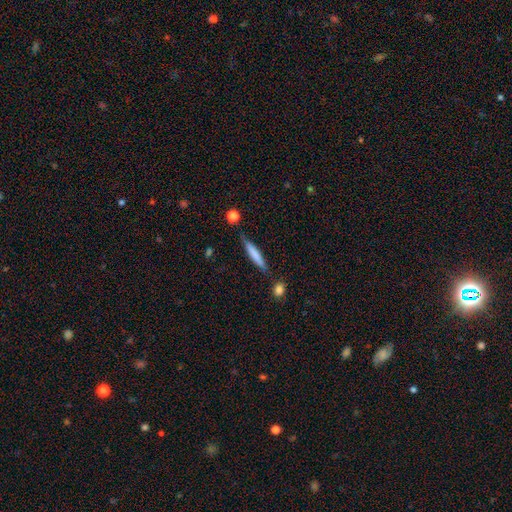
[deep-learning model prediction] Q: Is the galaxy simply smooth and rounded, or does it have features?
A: smooth — 71%.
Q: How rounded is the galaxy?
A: cigar-shaped — 92%.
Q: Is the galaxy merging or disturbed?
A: none — 79%.